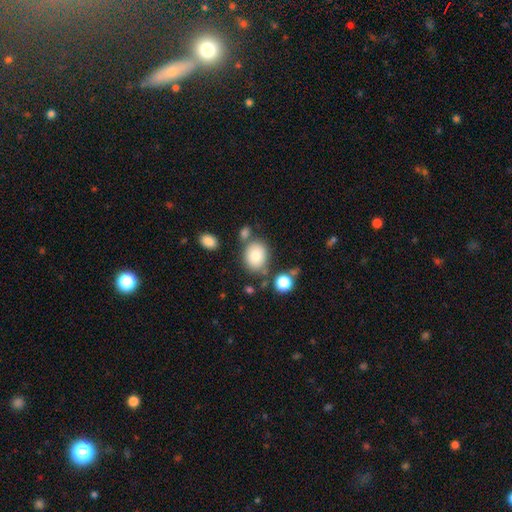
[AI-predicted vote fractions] smooth_or_featured: smooth (p=0.80) [alt: featured or disk p=0.10]
how_rounded: round (p=0.51) [alt: in between p=0.48]
merging: none (p=0.70) [alt: minor disturbance p=0.14]